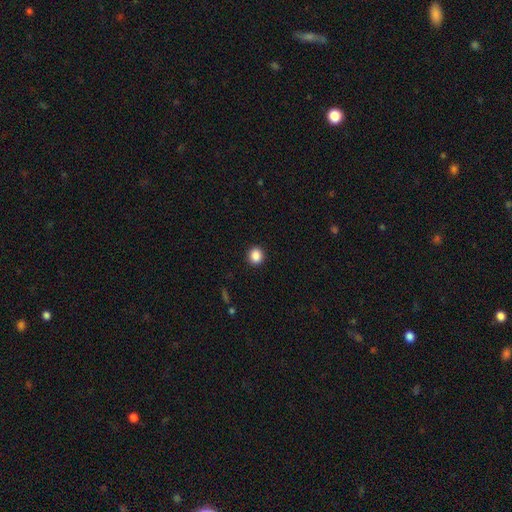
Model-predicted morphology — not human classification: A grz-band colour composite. It shows a smooth galaxy with no disk features (88%) that is round (82%). Merging: none (92%).